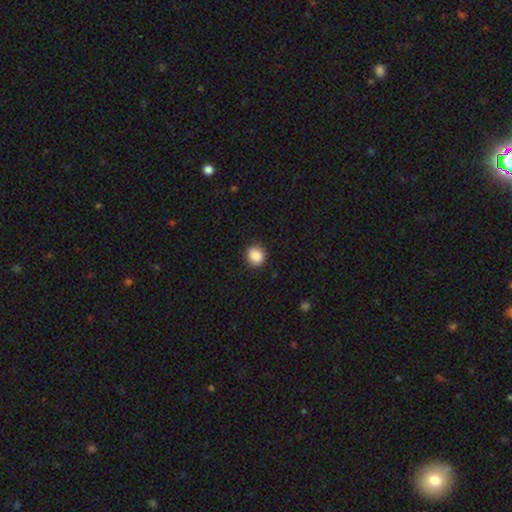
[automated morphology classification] type=smooth (88%); roundness=round (86%); merging=none (90%).